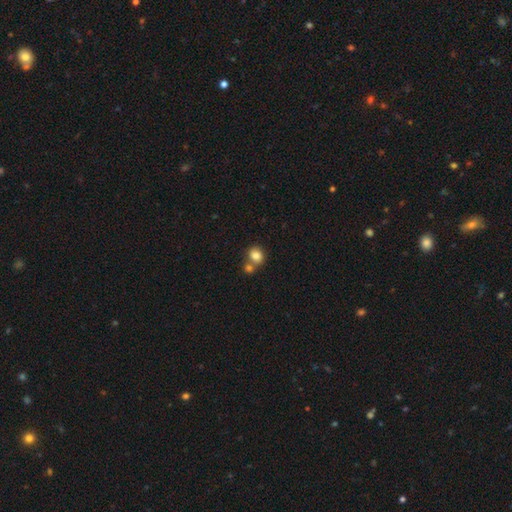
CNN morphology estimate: Smooth or featured? Predicted: smooth (p=0.84). How rounded? Predicted: round (p=0.66). Merging? Predicted: none (p=0.50).